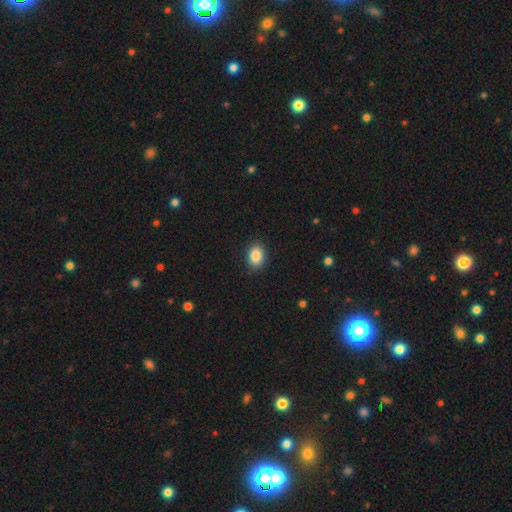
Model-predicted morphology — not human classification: smooth-or-featured: smooth: 87% | star or artifact: 8% | featured or disk: 5%
  how-rounded: in between: 67% | round: 32% | cigar-shaped: 1%
  merging: none: 88% | minor disturbance: 9% | major disturbance: 2% | merger: 1%